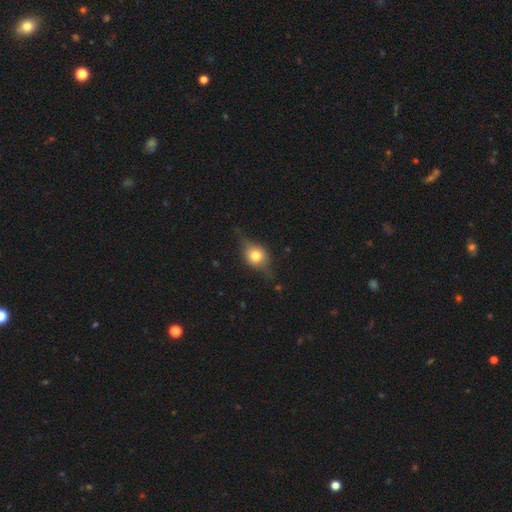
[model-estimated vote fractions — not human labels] Smooth or featured? Predicted: smooth (p=0.53). How rounded? Predicted: round (p=0.55). Merging? Predicted: none (p=0.66).